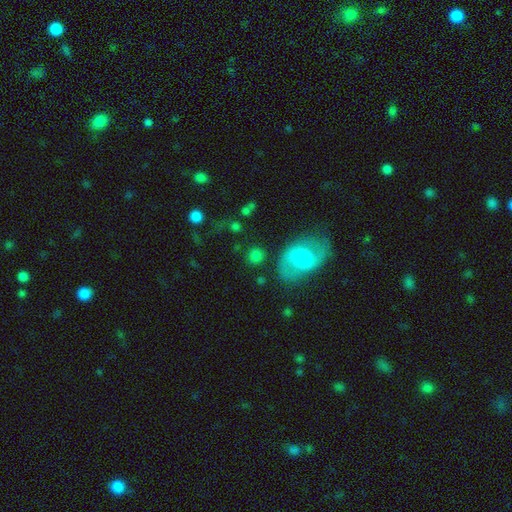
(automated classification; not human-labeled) Overall: smooth (71%). How rounded: round (71%). Merging: none (74%).